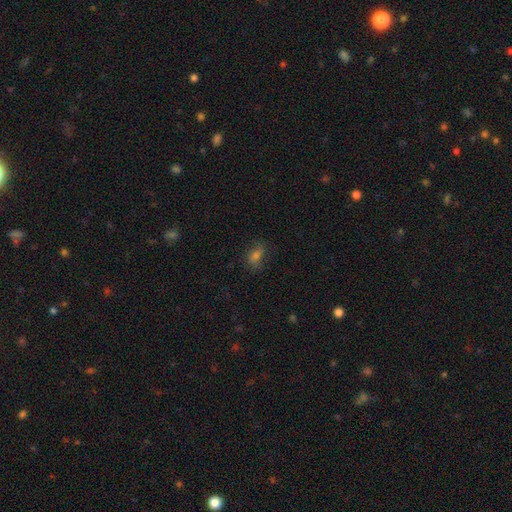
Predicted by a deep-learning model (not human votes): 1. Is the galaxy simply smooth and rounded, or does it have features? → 61% smooth, 22% star or artifact, 17% featured or disk.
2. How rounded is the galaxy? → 76% in between, 20% round, 4% cigar-shaped.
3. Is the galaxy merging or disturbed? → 72% none, 19% minor disturbance, 8% major disturbance, 2% merger.